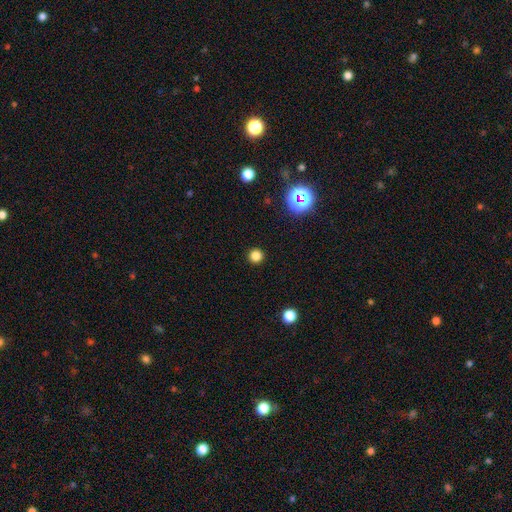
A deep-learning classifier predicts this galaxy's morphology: Overall: smooth (81%). How rounded: round (96%). Merging: none (93%).